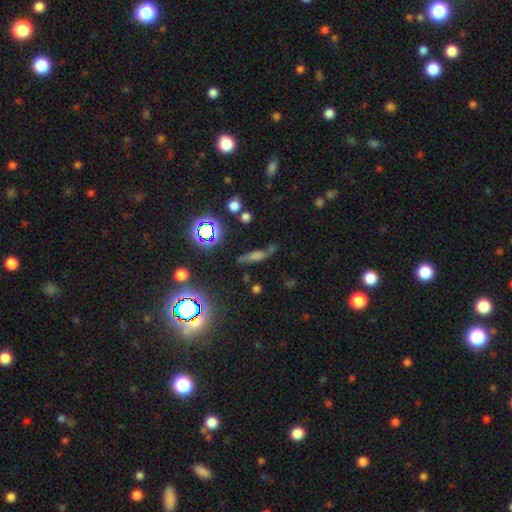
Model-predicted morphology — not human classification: A smooth galaxy with no disk features (44%).

Vote fractions:
- Smooth or featured? smooth: 44% / featured or disk: 30% / star or artifact: 26%
- Merging? none: 67% / minor disturbance: 19% / major disturbance: 8% / merger: 7%